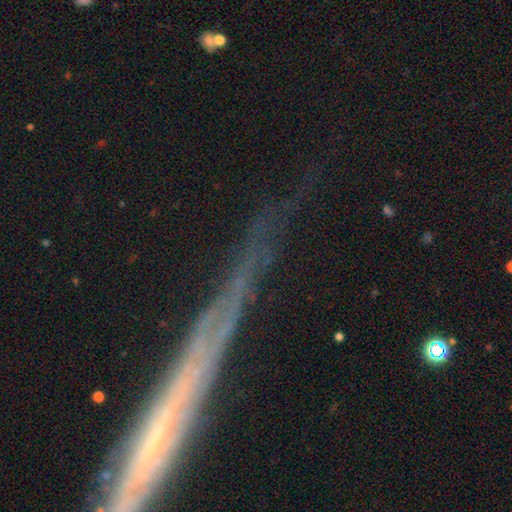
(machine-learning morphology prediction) A featured or disk galaxy (41%).

Vote fractions:
- Smooth or featured? featured or disk: 41% / star or artifact: 37% / smooth: 22%
- Merging? none: 67% / minor disturbance: 15% / major disturbance: 12% / merger: 6%